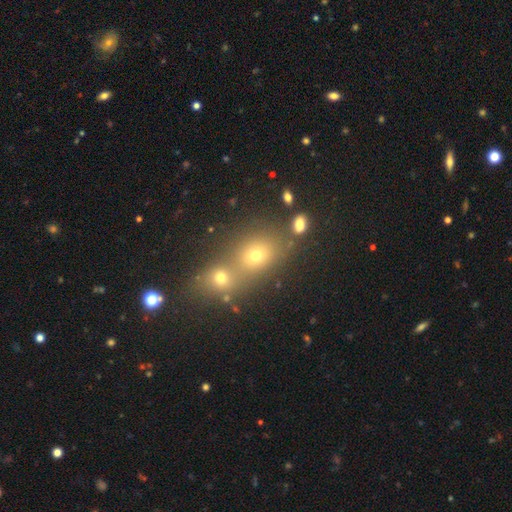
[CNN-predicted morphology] Q: Smooth or featured?
A: smooth (65%); runner-up: star or artifact (21%)
Q: How rounded?
A: round (54%); runner-up: in between (45%)
Q: Merging?
A: merger (47%); runner-up: none (42%)